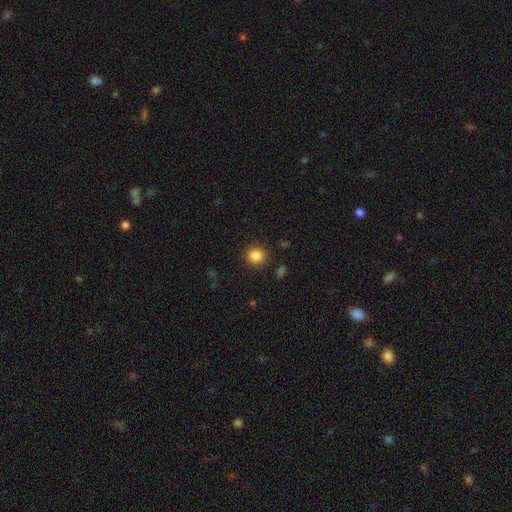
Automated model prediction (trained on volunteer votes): Smooth or featured? smooth (85%)
How rounded? round (86%)
Merging? none (89%)